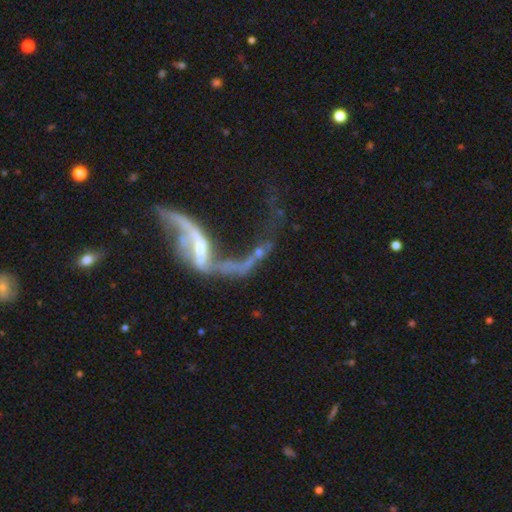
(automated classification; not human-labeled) Smooth or featured? featured or disk (85%)
Edge-on disk? no (90%)
Bar? strong (38%, tied with weak)
Spiral arms? yes (85%)
Spiral winding? loose (93%)
Spiral arm count? 2 (84%)
Bulge size? small (52%)
Merging? major disturbance (37%)